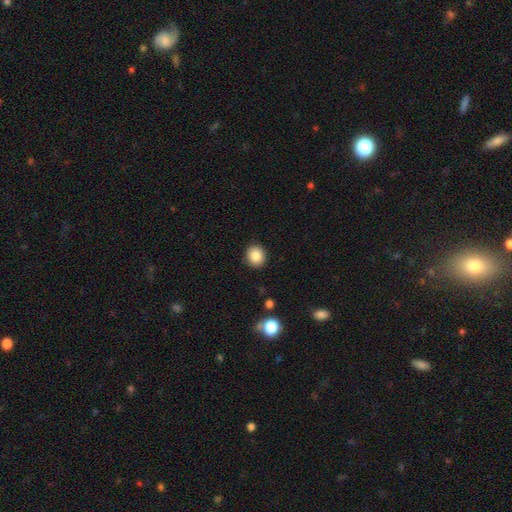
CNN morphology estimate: Smooth or featured? Predicted: smooth (p=0.85). How rounded? Predicted: round (p=0.82). Merging? Predicted: none (p=0.91).